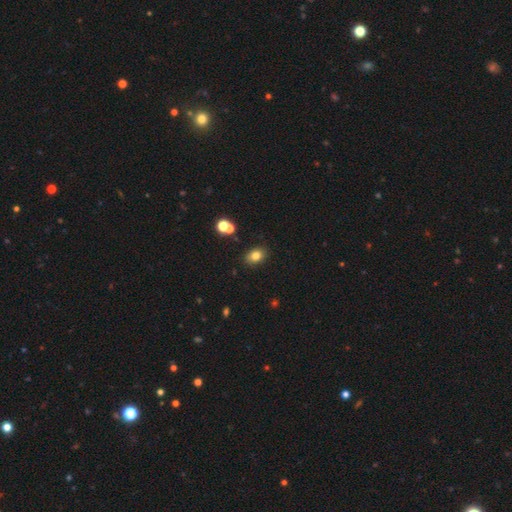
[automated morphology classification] A smooth galaxy with no disk features (80%) that is in between round and cigar-shaped (71%). Merging: none (83%).